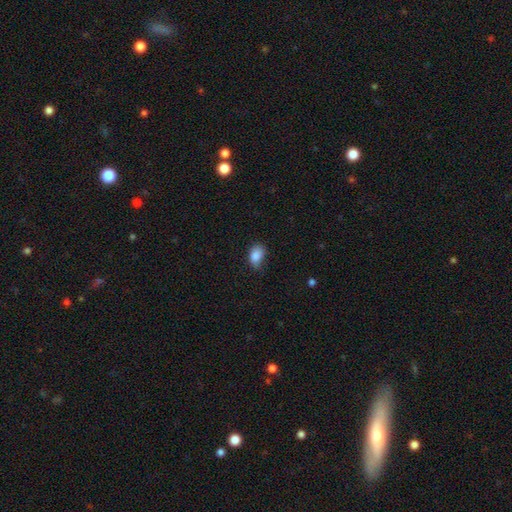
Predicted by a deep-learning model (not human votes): A smooth galaxy with no disk features (86%) that is in between round and cigar-shaped (78%).

Vote fractions:
- Smooth or featured? smooth: 86% / star or artifact: 9% / featured or disk: 6%
- How rounded? in between: 78% / round: 21% / cigar-shaped: 1%
- Merging? none: 54% / minor disturbance: 36% / major disturbance: 8% / merger: 2%